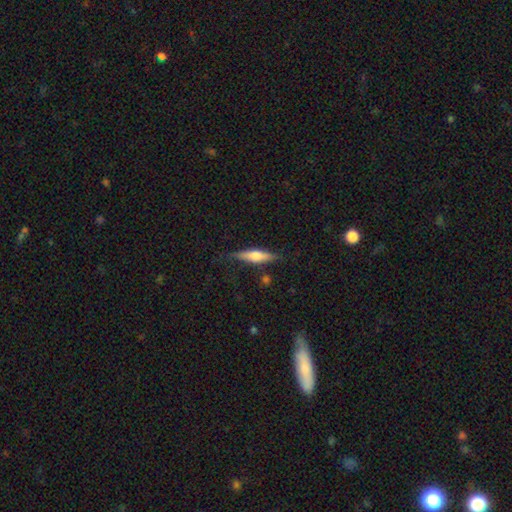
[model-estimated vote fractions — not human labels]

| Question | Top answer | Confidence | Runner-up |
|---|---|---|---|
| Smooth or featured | featured or disk | 49% | smooth (45%) |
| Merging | none | 78% | minor disturbance (16%) |